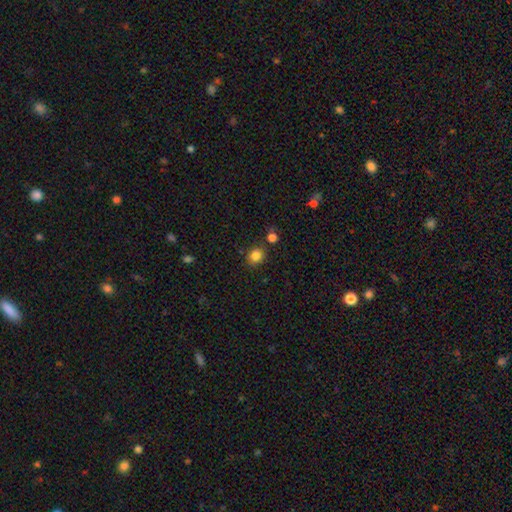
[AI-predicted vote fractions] This is clearly a smooth galaxy (84%). How rounded: likely round (68%). Merging: clearly none (82%).